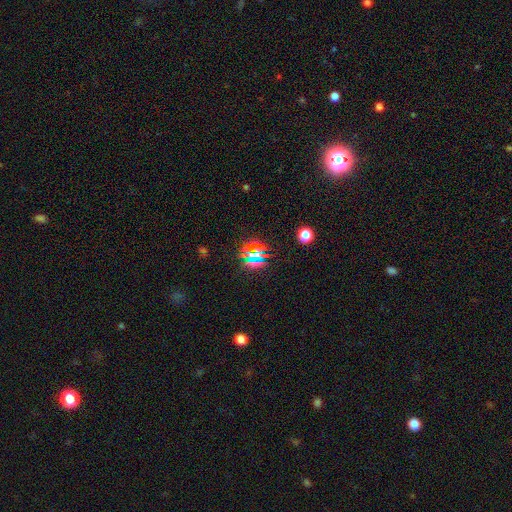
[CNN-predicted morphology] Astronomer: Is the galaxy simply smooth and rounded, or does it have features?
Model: star or artifact — 68%.